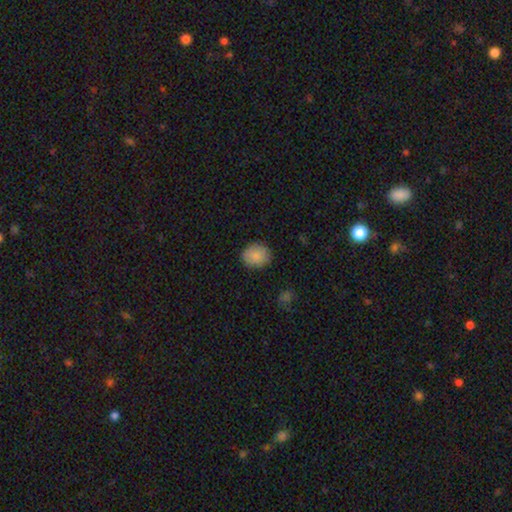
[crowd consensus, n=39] A smooth galaxy with no disk features (87%) that is round (76%).

Vote fractions:
- Smooth or featured? smooth: 87% / star or artifact: 8% / featured or disk: 5%
- How rounded? round: 76% / in between: 24% / cigar-shaped: 0%
- Merging? none: 89% / minor disturbance: 11% / major disturbance: 0% / merger: 0%